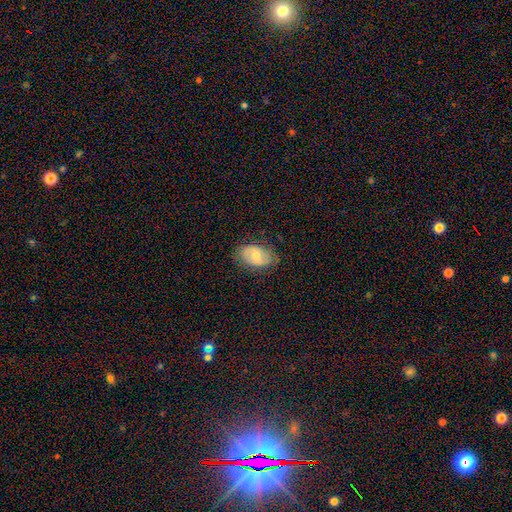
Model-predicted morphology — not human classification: Q: Smooth or featured?
A: smooth (48%); runner-up: featured or disk (43%)
Q: Merging?
A: none (77%); runner-up: minor disturbance (18%)